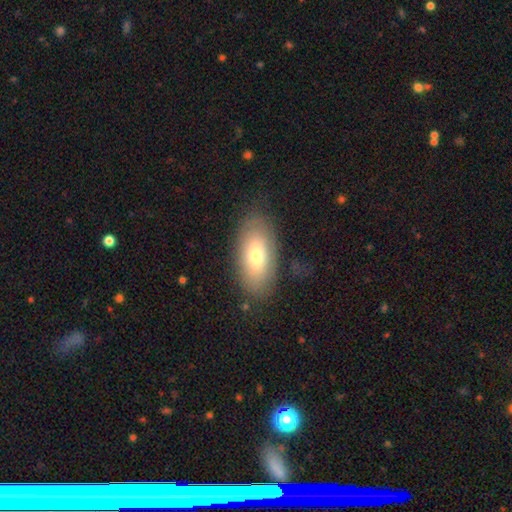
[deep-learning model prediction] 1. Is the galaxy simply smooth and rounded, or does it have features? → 72% smooth, 21% featured or disk, 7% star or artifact.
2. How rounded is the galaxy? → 91% in between, 5% cigar-shaped, 4% round.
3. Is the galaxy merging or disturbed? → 82% none, 12% minor disturbance, 4% major disturbance, 1% merger.